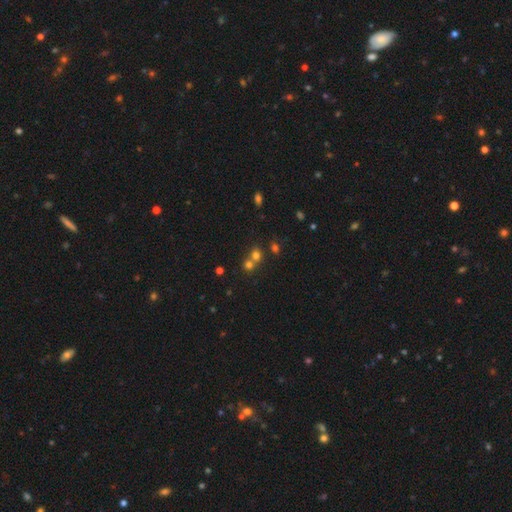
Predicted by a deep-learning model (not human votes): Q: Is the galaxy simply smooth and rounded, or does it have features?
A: smooth — 67%.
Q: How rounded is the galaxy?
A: round — 77%.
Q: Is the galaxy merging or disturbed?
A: merger — 49%.